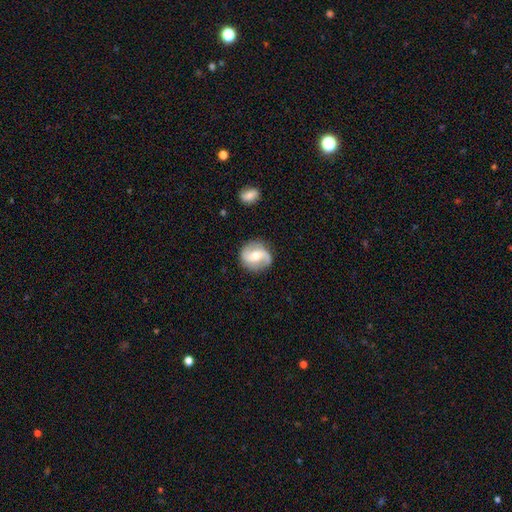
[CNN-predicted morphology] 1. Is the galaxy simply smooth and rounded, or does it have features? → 73% featured or disk, 21% smooth, 6% star or artifact.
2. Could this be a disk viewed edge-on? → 97% no, 3% yes.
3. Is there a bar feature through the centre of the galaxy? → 43% weak, 36% no, 22% strong.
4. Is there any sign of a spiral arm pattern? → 92% yes, 8% no.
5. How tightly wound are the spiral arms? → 49% loose, 37% medium, 14% tight.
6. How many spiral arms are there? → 87% 2, 6% 1, 4% can't tell, 1% 3, 1% 4, 1% more than 4.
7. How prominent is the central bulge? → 65% moderate, 28% small, 5% large, 1% none, 1% dominant.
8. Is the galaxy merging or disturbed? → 82% none, 13% minor disturbance, 4% major disturbance, 2% merger.